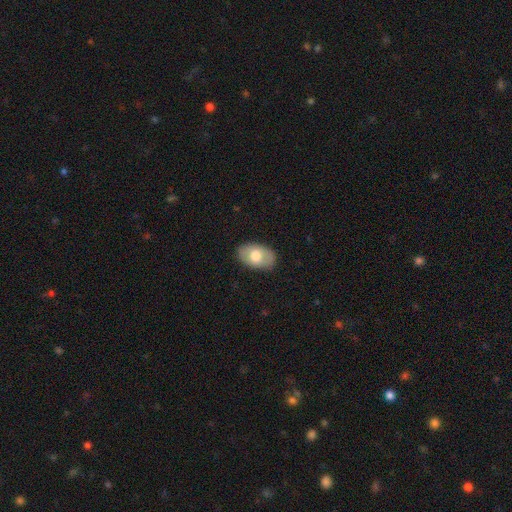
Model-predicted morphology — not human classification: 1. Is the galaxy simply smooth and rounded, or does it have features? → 65% smooth, 29% featured or disk, 6% star or artifact.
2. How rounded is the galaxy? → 91% in between, 8% round, 1% cigar-shaped.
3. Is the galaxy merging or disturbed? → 85% none, 11% minor disturbance, 3% major disturbance, 1% merger.